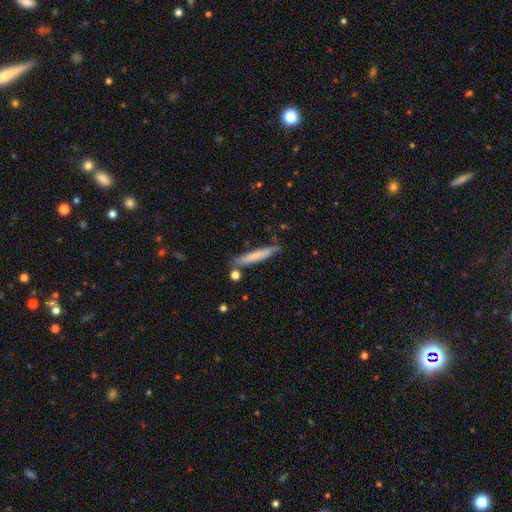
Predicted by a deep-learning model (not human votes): smooth 68%, featured or disk 26%, star or artifact 6%. Down the decision tree: how rounded — cigar-shaped (94%); merging — none (78%).